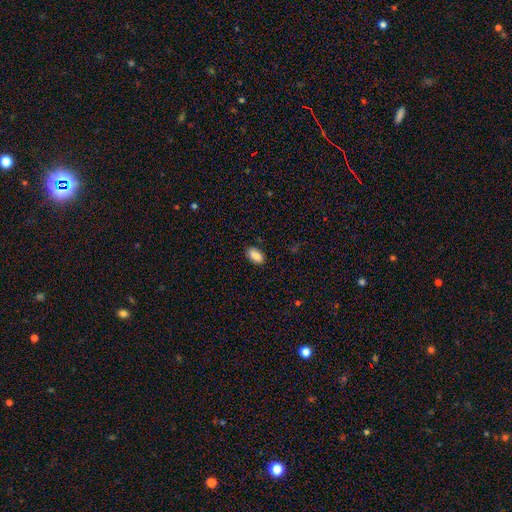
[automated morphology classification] Smooth or featured?
  - smooth: 86% *
  - star or artifact: 7%
  - featured or disk: 7%
How rounded?
  - in between: 92% *
  - round: 4%
  - cigar-shaped: 3%
Merging?
  - none: 85% *
  - minor disturbance: 11%
  - major disturbance: 2%
  - merger: 1%